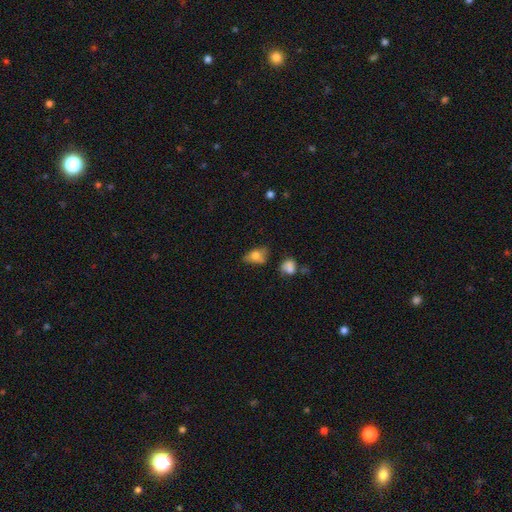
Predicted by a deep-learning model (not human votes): smooth_or_featured: smooth (p=0.69) [alt: featured or disk p=0.21]
how_rounded: in between (p=0.82) [alt: round p=0.15]
merging: none (p=0.47) [alt: minor disturbance p=0.33]